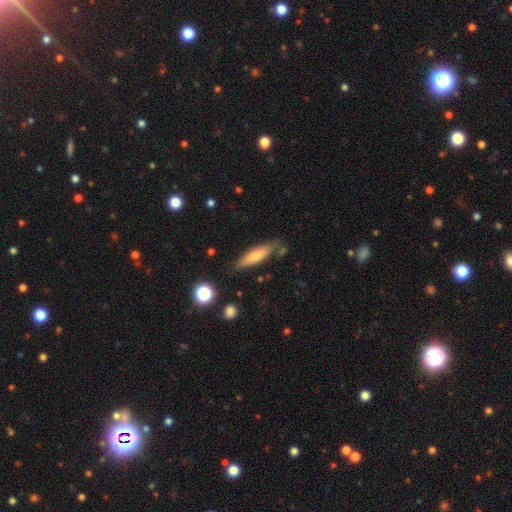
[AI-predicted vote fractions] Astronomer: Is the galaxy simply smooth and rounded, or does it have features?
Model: smooth — 66%.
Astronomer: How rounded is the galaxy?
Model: cigar-shaped — 71%.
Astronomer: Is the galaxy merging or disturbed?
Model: none — 72%.